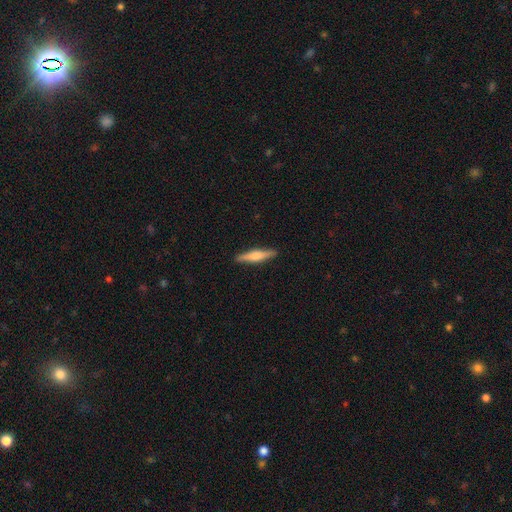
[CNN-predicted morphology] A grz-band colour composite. It shows a featured or disk galaxy (48%). Merging: none (91%).